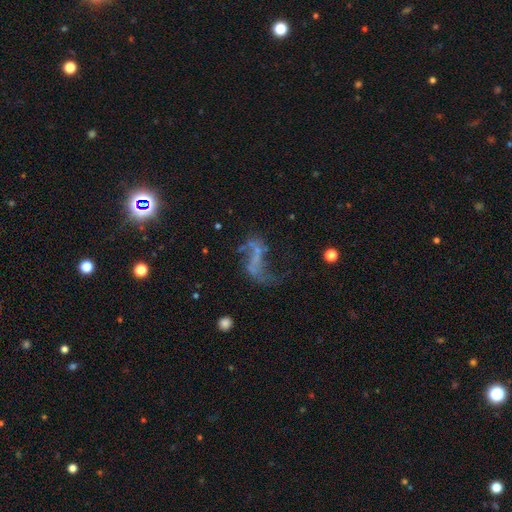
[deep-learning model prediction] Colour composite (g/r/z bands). It shows a featured or disk galaxy (61%) with no bar (56%), spiral arms (58%) and no central bulge (71%). Merging: none (41%).